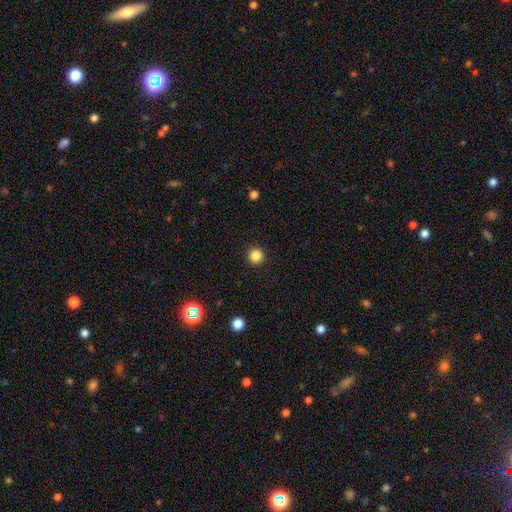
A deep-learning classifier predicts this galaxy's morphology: Q: Smooth or featured?
A: smooth (84%); runner-up: star or artifact (12%)
Q: How rounded?
A: round (95%); runner-up: in between (4%)
Q: Merging?
A: none (93%); runner-up: minor disturbance (5%)